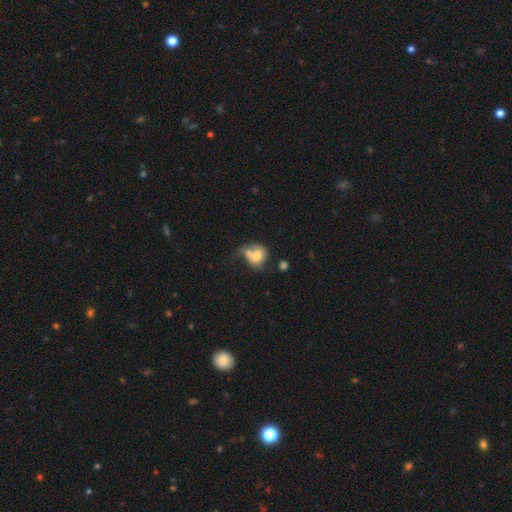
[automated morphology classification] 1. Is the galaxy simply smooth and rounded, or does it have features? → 65% smooth, 26% featured or disk, 9% star or artifact.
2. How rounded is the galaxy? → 52% in between, 46% round, 1% cigar-shaped.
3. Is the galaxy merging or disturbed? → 45% merger, 20% none, 20% major disturbance, 15% minor disturbance.